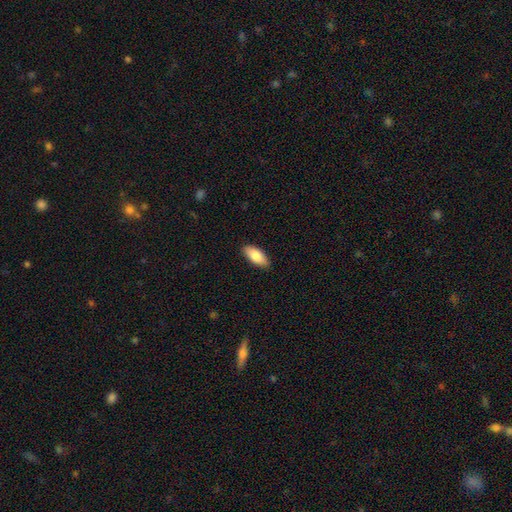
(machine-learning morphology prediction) This appears to be a smooth galaxy with no disk features (85%) that is in between round and cigar-shaped (87%). Merging: none (88%).